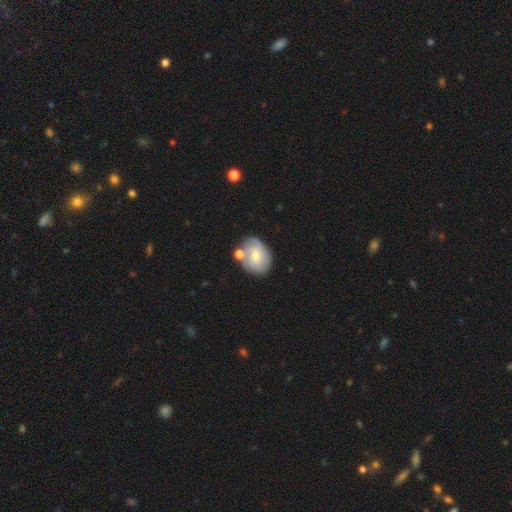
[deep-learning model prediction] This is possibly a smooth galaxy (53%). How rounded: possibly in between (53%). Merging: possibly none (55%).